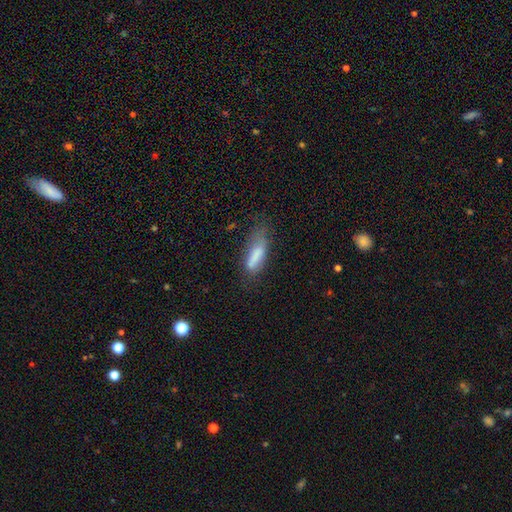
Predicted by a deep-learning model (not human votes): Overall: smooth (73%). How rounded: cigar-shaped (49%, tied with in between). Merging: none (41%; minor disturbance 33%).